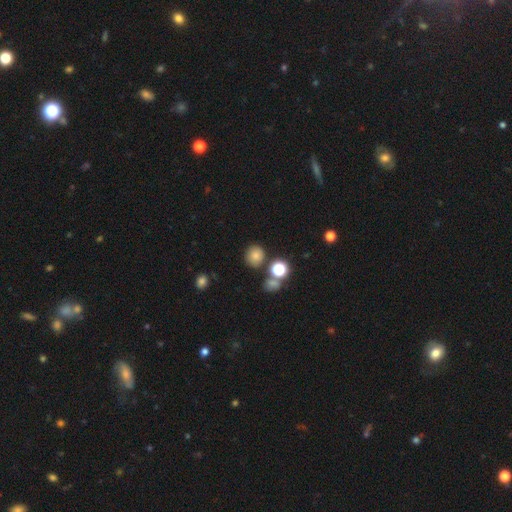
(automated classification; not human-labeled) Morphology: type=smooth (77%); roundness=round (85%); merging=none (76%).